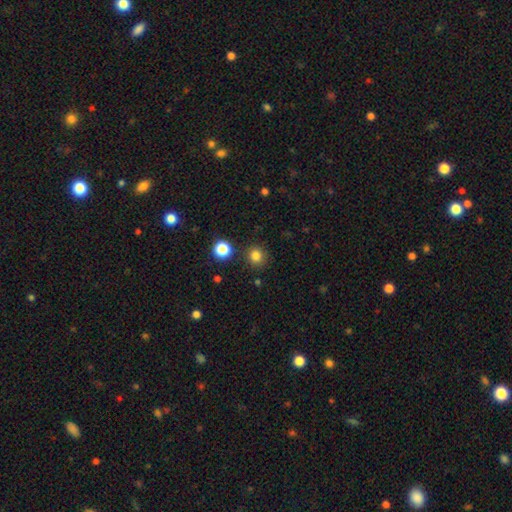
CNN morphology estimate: The model was most divided on "smooth or featured": smooth: 81%, star or artifact: 14%, featured or disk: 5%. More confident: how rounded — round (91%); merging — none (88%).